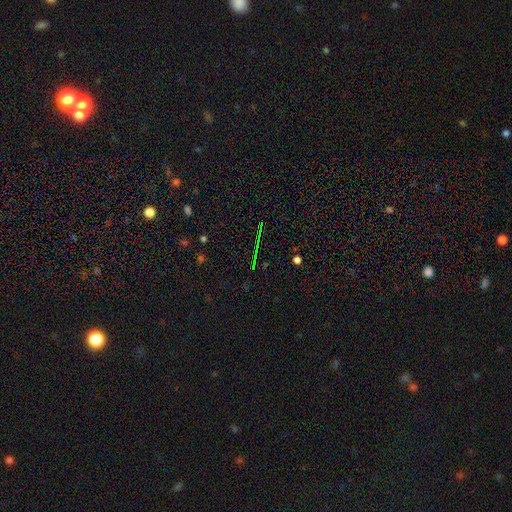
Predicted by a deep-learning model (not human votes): The model was most divided on "smooth or featured": star or artifact: 76%, smooth: 12%, featured or disk: 12%.